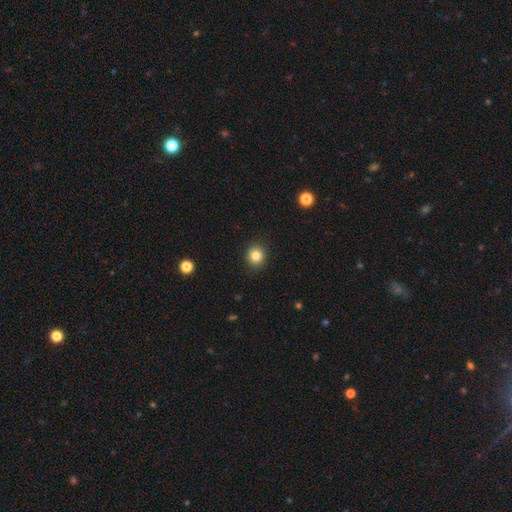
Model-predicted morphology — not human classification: Q: Smooth or featured?
A: smooth (83%); runner-up: star or artifact (11%)
Q: How rounded?
A: round (86%); runner-up: in between (14%)
Q: Merging?
A: none (91%); runner-up: minor disturbance (6%)